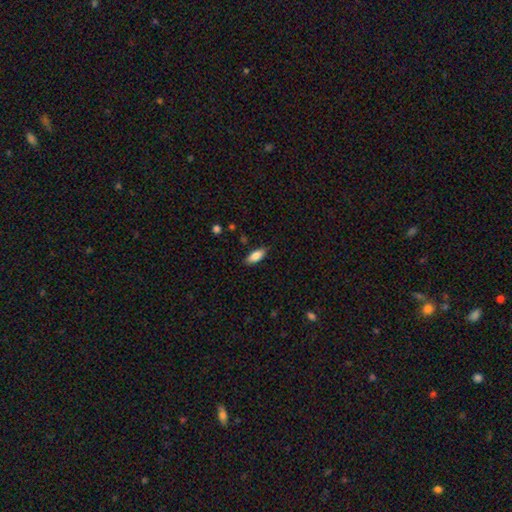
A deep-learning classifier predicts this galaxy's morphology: smooth 85%, featured or disk 8%, star or artifact 7%. Down the decision tree: how rounded — in between (82%); merging — none (84%).